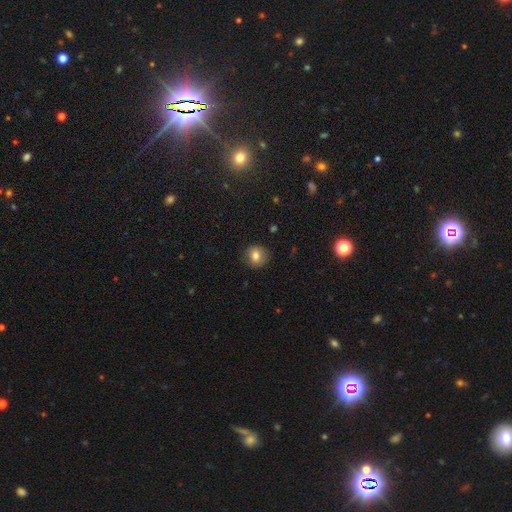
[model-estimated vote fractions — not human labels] A smooth galaxy with no disk features (80%) that is round (88%).

Vote fractions:
- Smooth or featured? smooth: 80% / star or artifact: 10% / featured or disk: 10%
- How rounded? round: 88% / in between: 11% / cigar-shaped: 1%
- Merging? none: 87% / minor disturbance: 10% / major disturbance: 2% / merger: 1%